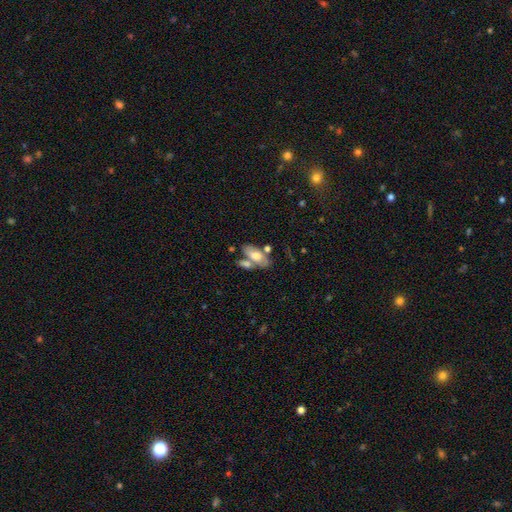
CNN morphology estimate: The model was most divided on "merging": none: 47%, merger: 31%, minor disturbance: 15%, major disturbance: 6%. More confident: how rounded — in between (86%); smooth or featured — smooth (62%).